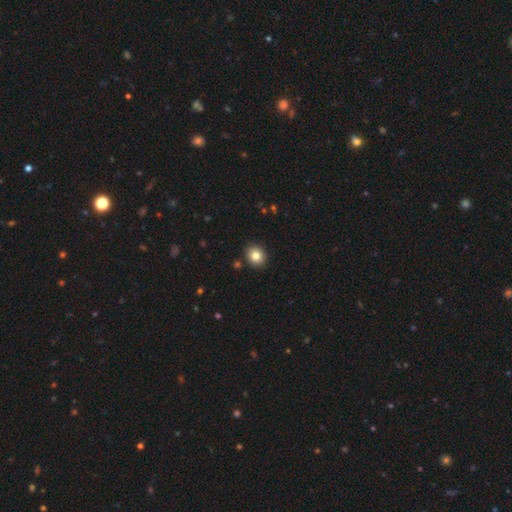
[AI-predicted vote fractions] smooth 82%, star or artifact 10%, featured or disk 8%. Down the decision tree: how rounded — round (65%); merging — none (89%).